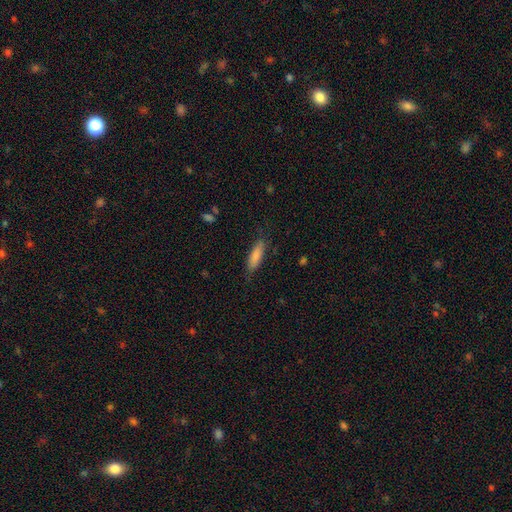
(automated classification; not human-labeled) The model was most divided on "how rounded": cigar-shaped: 55%, in between: 43%, round: 2%. More confident: smooth or featured — smooth (83%); merging — none (80%).